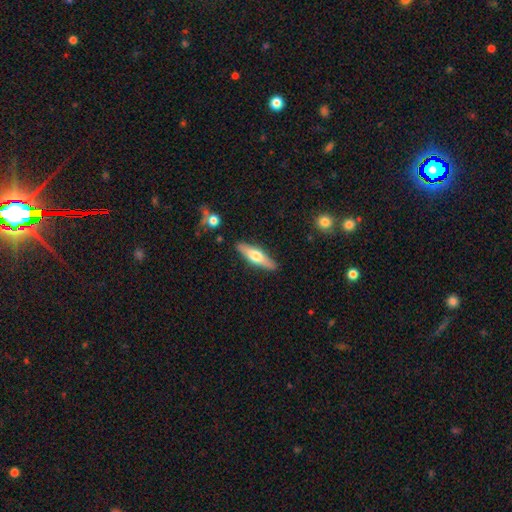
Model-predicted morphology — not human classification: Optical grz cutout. It shows a smooth galaxy with no disk features (49%). Merging: none (87%).